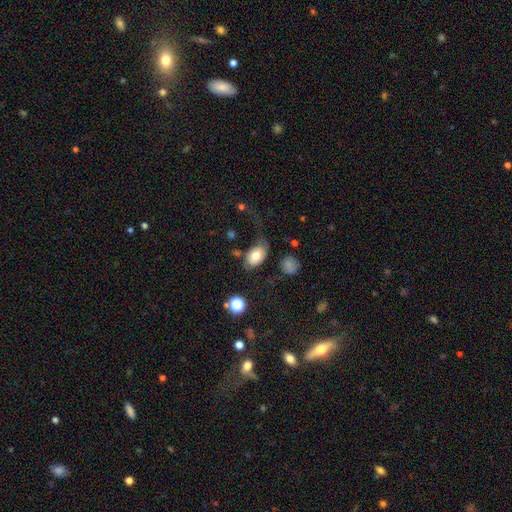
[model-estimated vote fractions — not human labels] This is likely a smooth galaxy (74%). How rounded: clearly in between (85%). Merging: marginally none (44%).